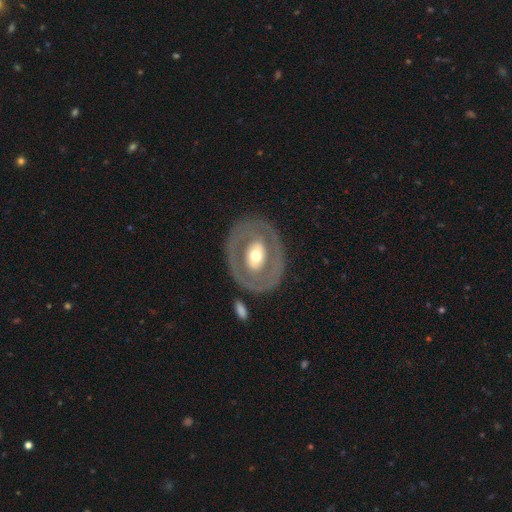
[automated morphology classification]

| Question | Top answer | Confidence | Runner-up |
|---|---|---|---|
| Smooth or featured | featured or disk | 65% | smooth (30%) |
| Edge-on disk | no | 93% | yes (7%) |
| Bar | no | 62% | weak (21%) |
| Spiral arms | no | 80% | yes (20%) |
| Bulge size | moderate | 68% | large (16%) |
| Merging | none | 81% | minor disturbance (11%) |